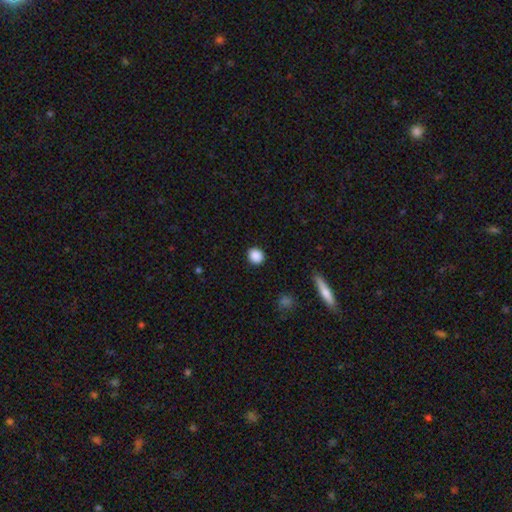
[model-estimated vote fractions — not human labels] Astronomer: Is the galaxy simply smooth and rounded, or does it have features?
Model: smooth — 88%.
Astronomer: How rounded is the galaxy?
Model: round — 82%.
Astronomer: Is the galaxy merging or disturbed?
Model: none — 91%.